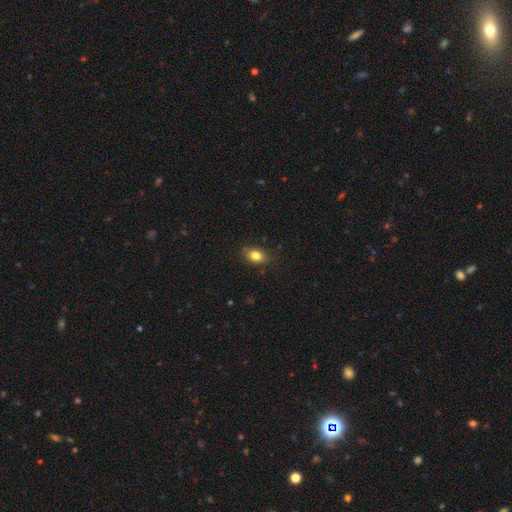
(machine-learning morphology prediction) Overall: smooth (81%). How rounded: in between (77%). Merging: none (80%).